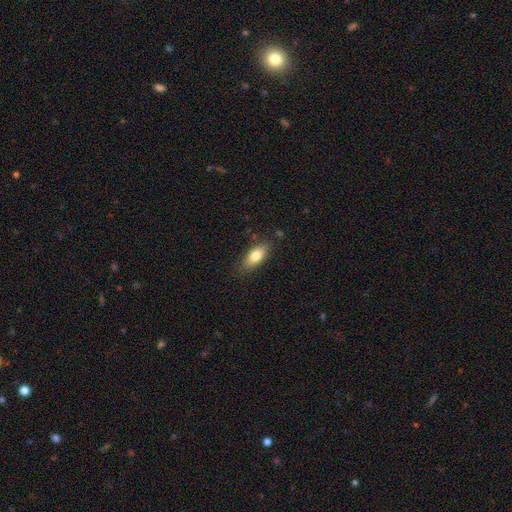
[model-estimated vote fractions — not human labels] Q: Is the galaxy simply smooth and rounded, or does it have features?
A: smooth — 77%.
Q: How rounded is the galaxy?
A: in between — 80%.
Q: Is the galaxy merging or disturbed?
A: none — 81%.